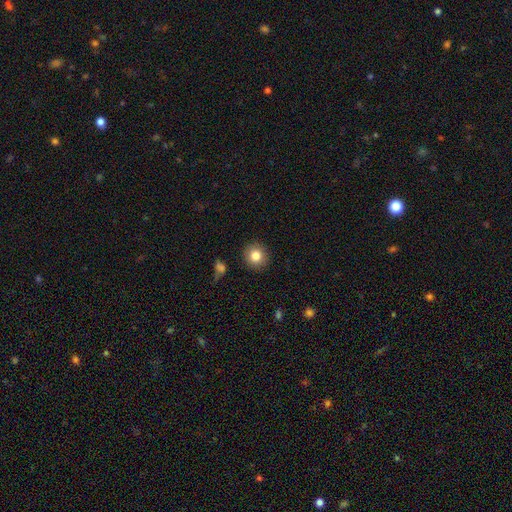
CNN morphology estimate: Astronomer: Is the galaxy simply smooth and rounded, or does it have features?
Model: smooth — 82%.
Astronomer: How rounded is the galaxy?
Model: round — 91%.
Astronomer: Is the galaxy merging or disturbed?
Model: none — 90%.